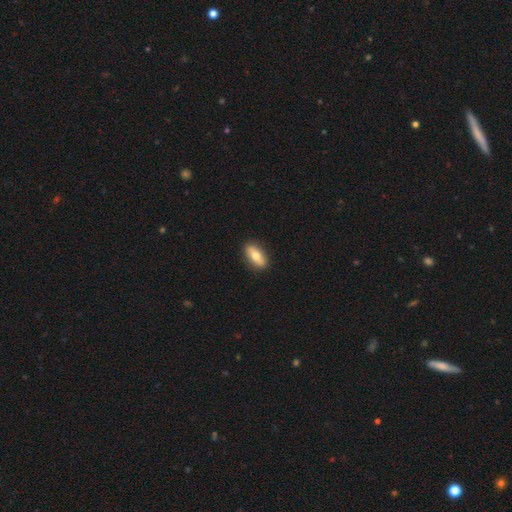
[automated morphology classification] Q: Smooth or featured?
A: smooth (67%); runner-up: featured or disk (27%)
Q: How rounded?
A: in between (78%); runner-up: cigar-shaped (18%)
Q: Merging?
A: none (88%); runner-up: minor disturbance (9%)